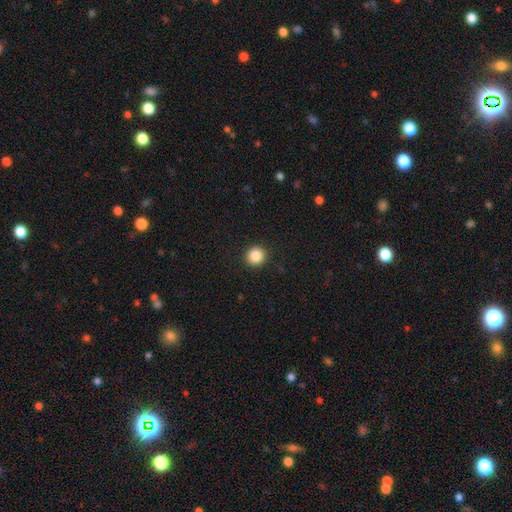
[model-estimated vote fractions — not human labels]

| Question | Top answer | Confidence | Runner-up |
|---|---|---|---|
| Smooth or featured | smooth | 87% | star or artifact (10%) |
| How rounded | round | 95% | in between (4%) |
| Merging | none | 93% | minor disturbance (5%) |